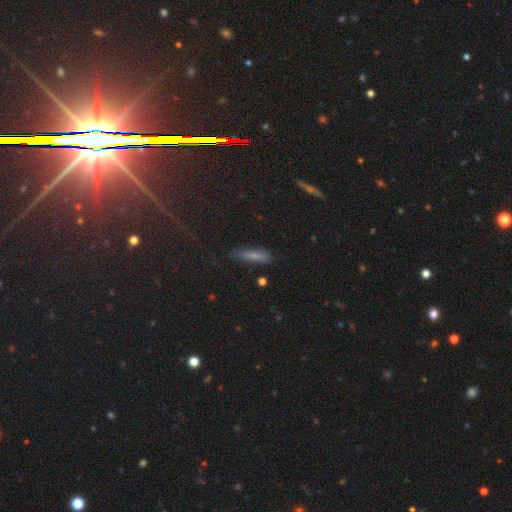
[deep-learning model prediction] Smooth or featured?
  - smooth: 58% *
  - star or artifact: 21%
  - featured or disk: 20%
How rounded?
  - cigar-shaped: 65% *
  - in between: 31%
  - round: 4%
Merging?
  - none: 76% *
  - minor disturbance: 17%
  - major disturbance: 4%
  - merger: 2%